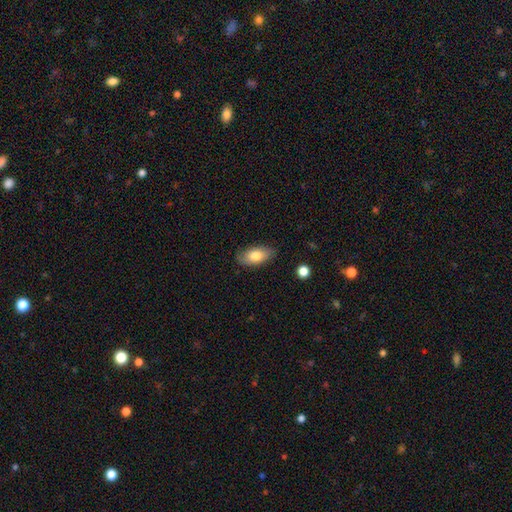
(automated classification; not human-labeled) smooth-or-featured: smooth: 78% | featured or disk: 16% | star or artifact: 7%
  how-rounded: in between: 91% | cigar-shaped: 5% | round: 4%
  merging: none: 83% | minor disturbance: 13% | major disturbance: 3% | merger: 1%